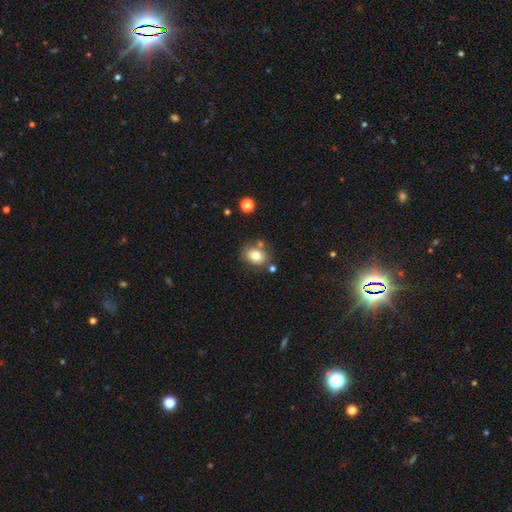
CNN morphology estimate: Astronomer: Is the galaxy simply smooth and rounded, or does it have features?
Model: smooth — 77%.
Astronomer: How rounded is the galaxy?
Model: in between — 53% (runner-up: round, 46%).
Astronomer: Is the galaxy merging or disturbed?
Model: none — 70%.